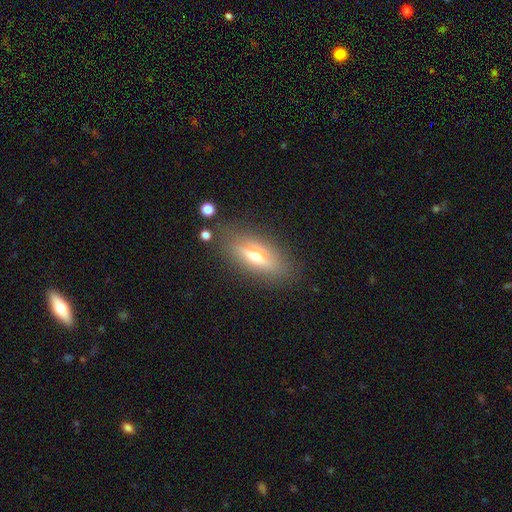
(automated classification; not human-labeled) smooth-or-featured: featured or disk: 48% | smooth: 43% | star or artifact: 9%
  merging: none: 82% | minor disturbance: 12% | major disturbance: 4% | merger: 2%